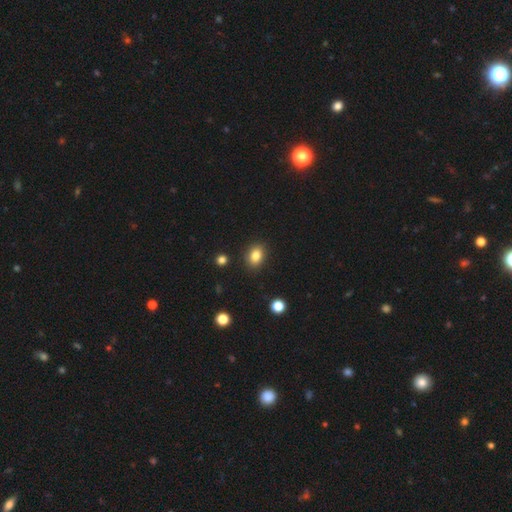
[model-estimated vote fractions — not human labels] Smooth or featured? smooth (84%)
How rounded? in between (66%)
Merging? none (88%)